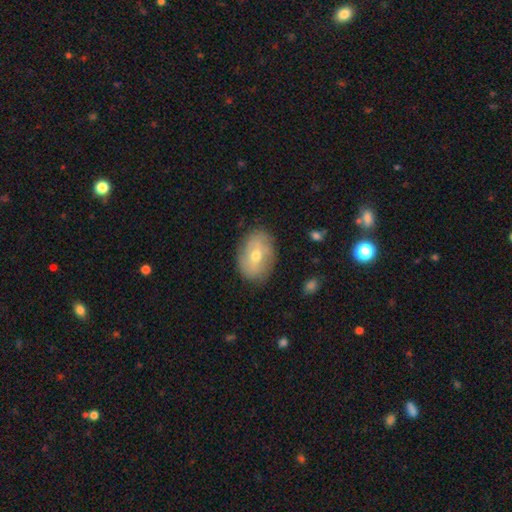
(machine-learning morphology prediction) A smooth galaxy with no disk features (50%) that is in between round and cigar-shaped (79%). Merging: none (81%).